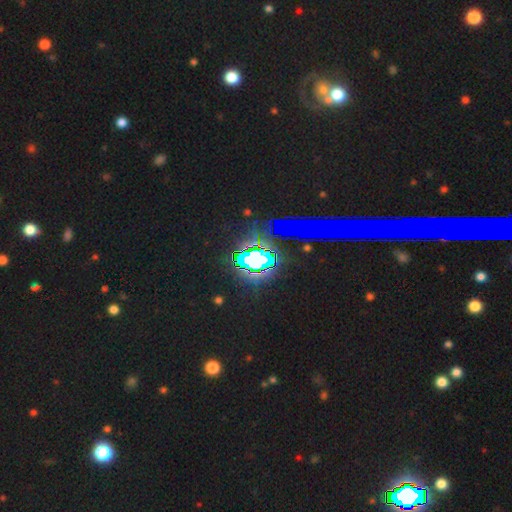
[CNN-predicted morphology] smooth_or_featured: star or artifact (p=0.75) [alt: featured or disk p=0.13]